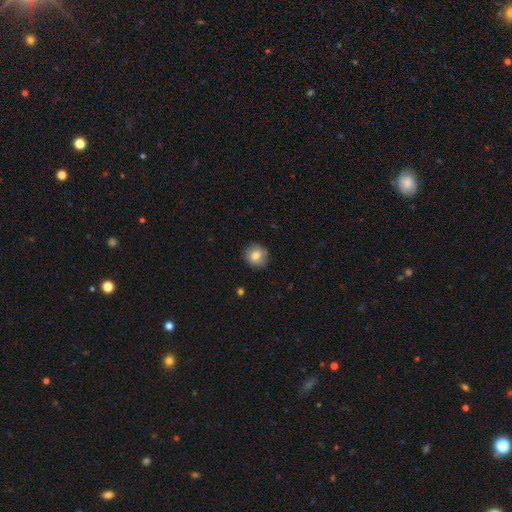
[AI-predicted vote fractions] Smooth or featured?
  - smooth: 81% *
  - featured or disk: 10%
  - star or artifact: 8%
How rounded?
  - round: 87% *
  - in between: 12%
  - cigar-shaped: 1%
Merging?
  - none: 87% *
  - minor disturbance: 10%
  - major disturbance: 2%
  - merger: 1%